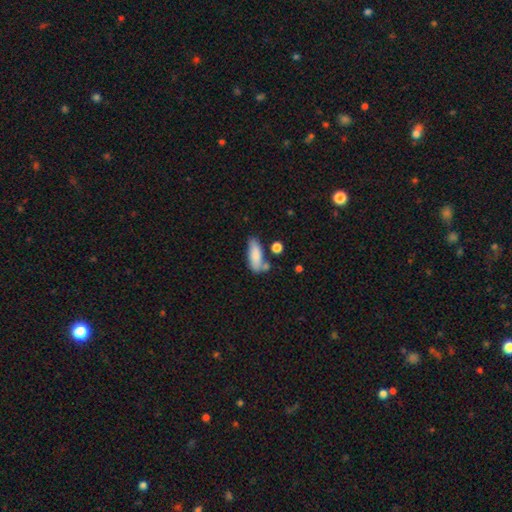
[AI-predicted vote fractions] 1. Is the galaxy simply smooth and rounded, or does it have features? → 82% smooth, 11% featured or disk, 7% star or artifact.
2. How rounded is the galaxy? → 66% in between, 32% cigar-shaped, 3% round.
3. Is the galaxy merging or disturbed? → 55% none, 21% minor disturbance, 17% merger, 7% major disturbance.